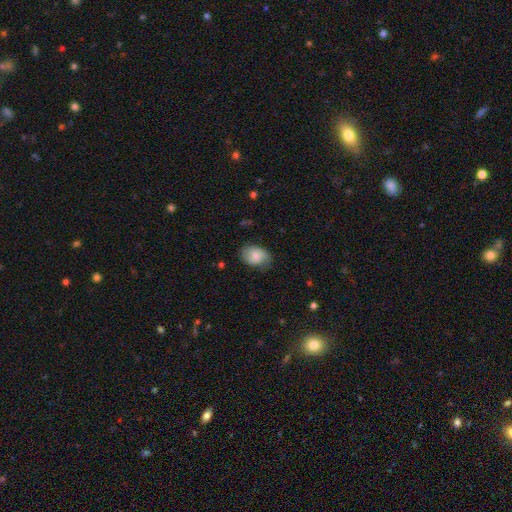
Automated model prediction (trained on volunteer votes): A smooth galaxy with no disk features (71%) that is in between round and cigar-shaped (78%). Merging: none (69%).